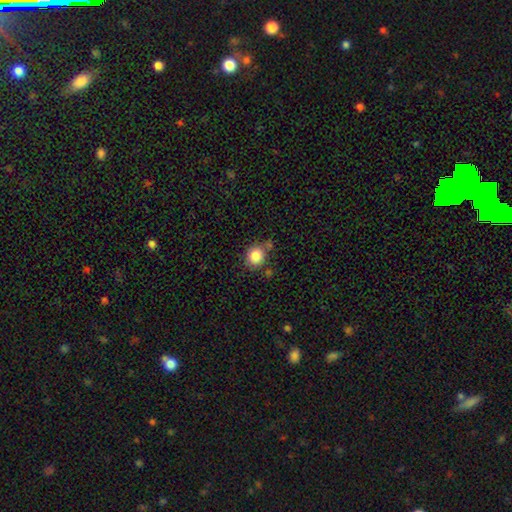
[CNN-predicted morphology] A smooth galaxy with no disk features (85%) that is round (79%).

Vote fractions:
- Smooth or featured? smooth: 85% / star or artifact: 10% / featured or disk: 5%
- How rounded? round: 79% / in between: 20% / cigar-shaped: 1%
- Merging? none: 71% / minor disturbance: 16% / merger: 9% / major disturbance: 4%